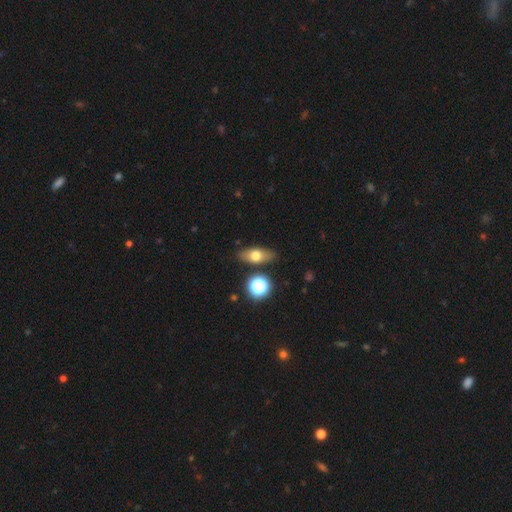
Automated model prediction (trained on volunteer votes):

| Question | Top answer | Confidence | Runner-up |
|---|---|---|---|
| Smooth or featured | smooth | 65% | featured or disk (25%) |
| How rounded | in between | 70% | cigar-shaped (17%) |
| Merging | none | 83% | minor disturbance (10%) |